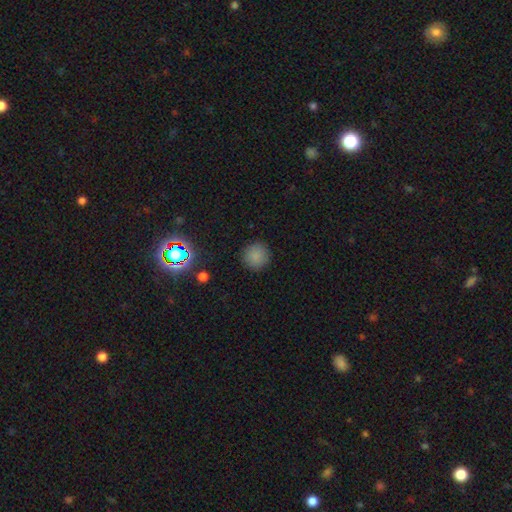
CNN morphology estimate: type=smooth (83%); roundness=round (94%); merging=none (90%).